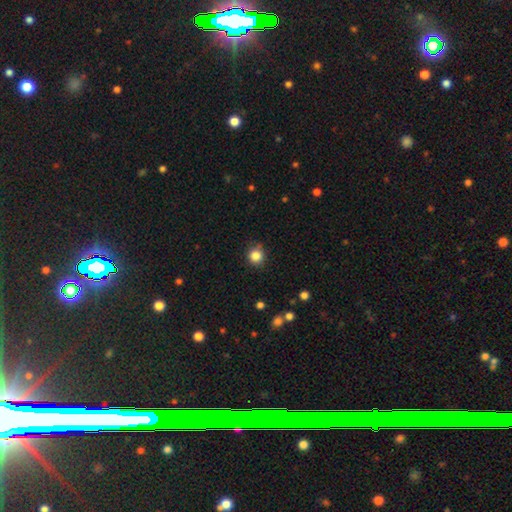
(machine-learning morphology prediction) Smooth or featured? Predicted: smooth (p=0.84). How rounded? Predicted: round (p=0.91). Merging? Predicted: none (p=0.83).